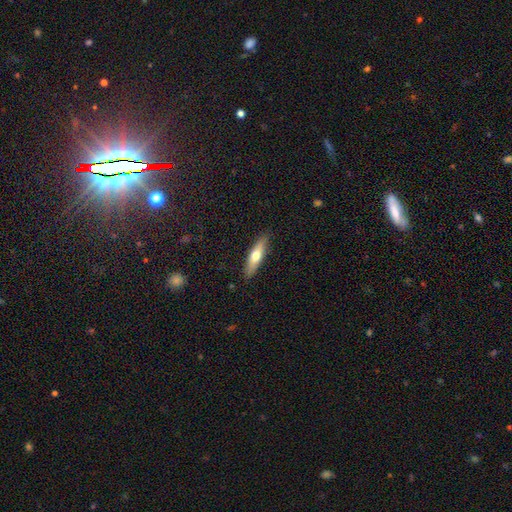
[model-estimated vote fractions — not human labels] Morphology: type=smooth (57%); roundness=cigar-shaped (68%); merging=none (89%).